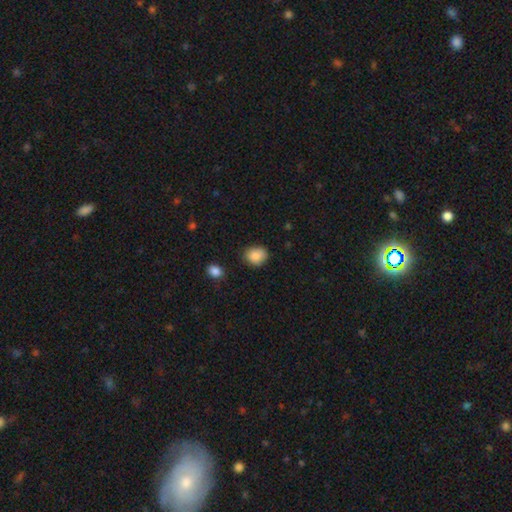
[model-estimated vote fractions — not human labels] Overall: smooth (88%). How rounded: round (57%; in between 42%). Merging: none (79%).